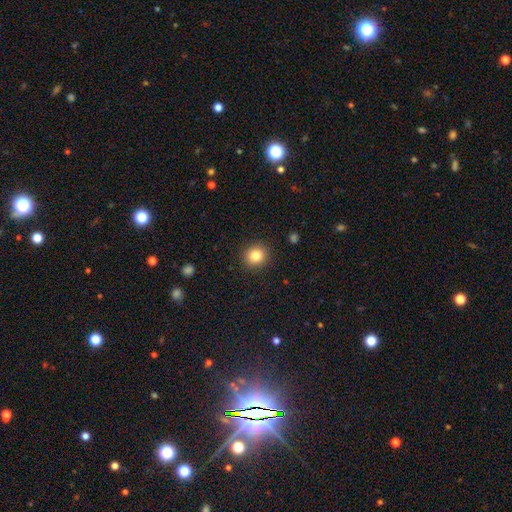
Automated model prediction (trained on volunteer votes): The model was most divided on "smooth or featured": smooth: 83%, star or artifact: 11%, featured or disk: 6%. More confident: merging — none (91%); how rounded — round (88%).